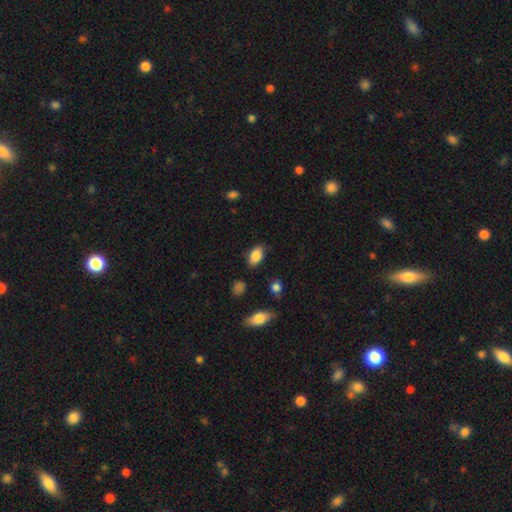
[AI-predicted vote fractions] smooth-or-featured: smooth: 85% | star or artifact: 8% | featured or disk: 7%
  how-rounded: in between: 90% | round: 7% | cigar-shaped: 2%
  merging: none: 80% | minor disturbance: 15% | major disturbance: 3% | merger: 2%